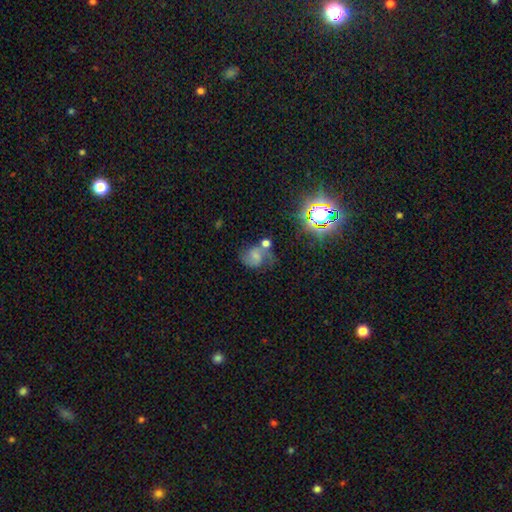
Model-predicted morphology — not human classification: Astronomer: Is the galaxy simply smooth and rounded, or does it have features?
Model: featured or disk — 44% (runner-up: smooth, 38%).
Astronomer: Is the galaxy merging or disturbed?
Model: none — 39% (runner-up: merger, 26%).